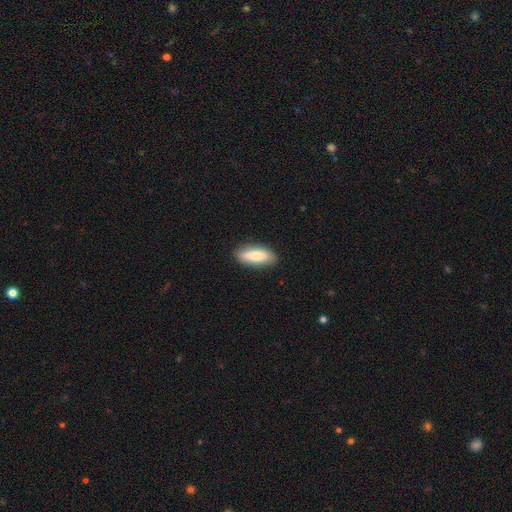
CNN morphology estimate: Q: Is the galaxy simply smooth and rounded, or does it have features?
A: smooth — 75%.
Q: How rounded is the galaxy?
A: in between — 72%.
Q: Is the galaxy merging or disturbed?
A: none — 87%.